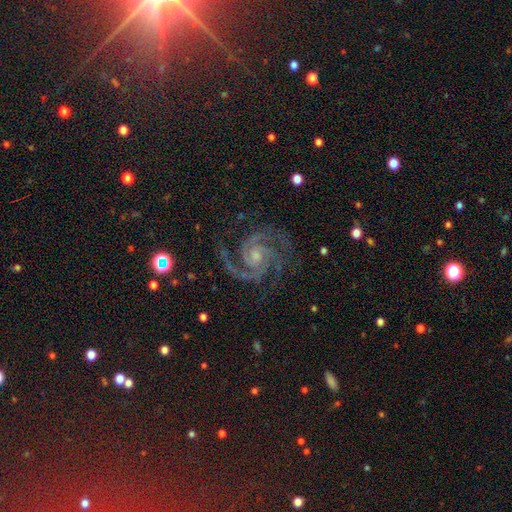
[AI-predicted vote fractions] Overall: featured or disk (92%). Edge-on disk: no (98%). Bar: no (60%; weak 31%). Spiral arms: yes (99%). Spiral arm count: 2 (62%; 3 23%). Spiral winding: tight (52%; medium 44%). Bulge size: small (61%; moderate 31%). Merging: none (79%).